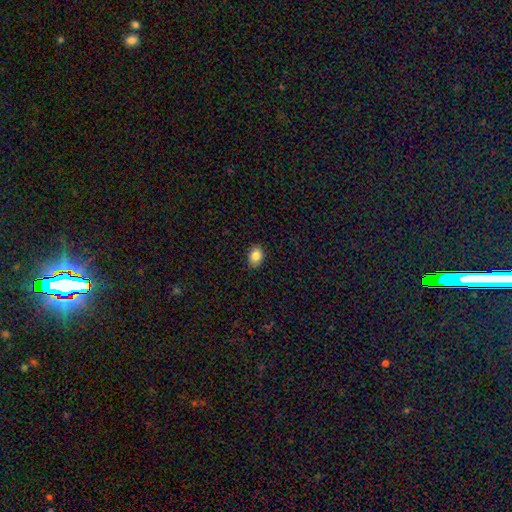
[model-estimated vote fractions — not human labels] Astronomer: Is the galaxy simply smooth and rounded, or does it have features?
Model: smooth — 85%.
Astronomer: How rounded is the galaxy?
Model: in between — 72%.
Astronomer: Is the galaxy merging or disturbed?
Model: none — 88%.